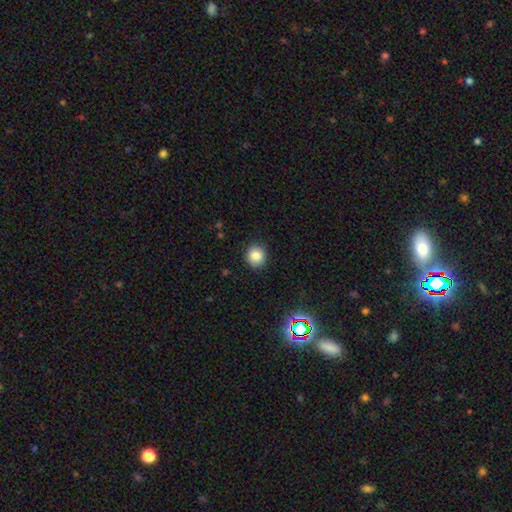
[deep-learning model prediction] Smooth or featured: smooth — 84% (star or artifact — 11%)
How rounded: round — 88% (in between — 11%)
Merging: none — 90% (minor disturbance — 7%)